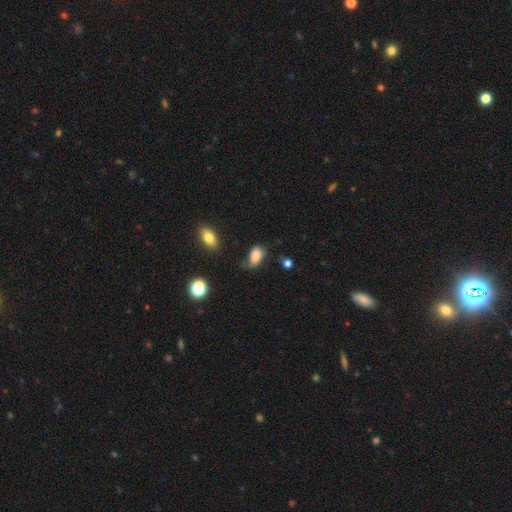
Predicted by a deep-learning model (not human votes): smooth-or-featured: smooth: 81% | featured or disk: 10% | star or artifact: 9%
  how-rounded: in between: 88% | round: 9% | cigar-shaped: 2%
  merging: none: 40% | minor disturbance: 36% | major disturbance: 20% | merger: 4%